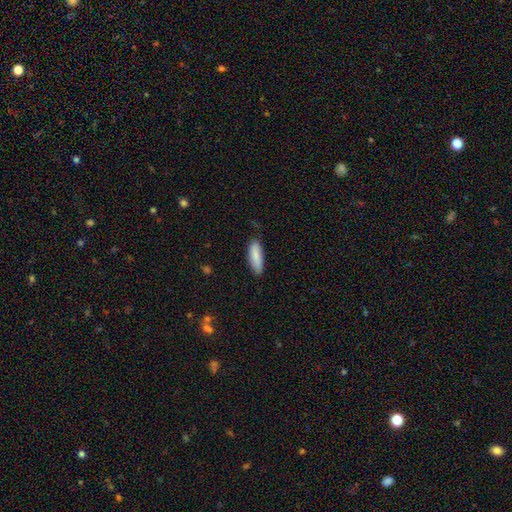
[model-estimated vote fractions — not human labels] A smooth galaxy with no disk features (87%) that is in between round and cigar-shaped (57%).

Vote fractions:
- Smooth or featured? smooth: 87% / featured or disk: 8% / star or artifact: 6%
- How rounded? in between: 57% / cigar-shaped: 42% / round: 2%
- Merging? none: 79% / minor disturbance: 17% / major disturbance: 3% / merger: 1%